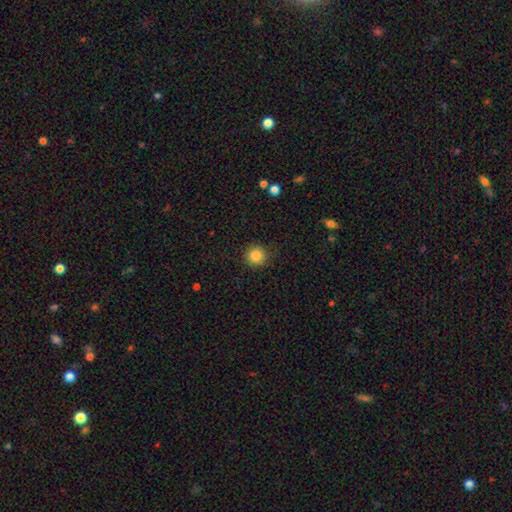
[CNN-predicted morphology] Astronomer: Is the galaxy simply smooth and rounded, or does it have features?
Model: smooth — 85%.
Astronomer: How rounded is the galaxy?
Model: round — 94%.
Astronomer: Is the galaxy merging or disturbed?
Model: none — 90%.